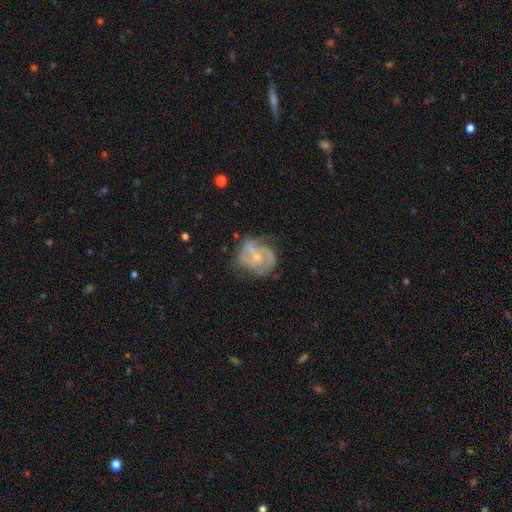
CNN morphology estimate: Smooth or featured?
  - featured or disk: 75% *
  - smooth: 18%
  - star or artifact: 7%
Edge-on disk?
  - no: 98% *
  - yes: 2%
Bar?
  - no: 52% *
  - weak: 38%
  - strong: 10%
Spiral arms?
  - yes: 83% *
  - no: 17%
Spiral winding?
  - medium: 46% *
  - tight: 33%
  - loose: 21%
Spiral arm count?
  - 2: 45% *
  - can't tell: 26%
  - 3: 17%
  - 1: 6%
  - 4: 4%
  - more than 4: 3%
Bulge size?
  - small: 68% *
  - moderate: 25%
  - none: 5%
  - large: 1%
  - dominant: 1%
Merging?
  - none: 56% *
  - minor disturbance: 26%
  - major disturbance: 16%
  - merger: 3%